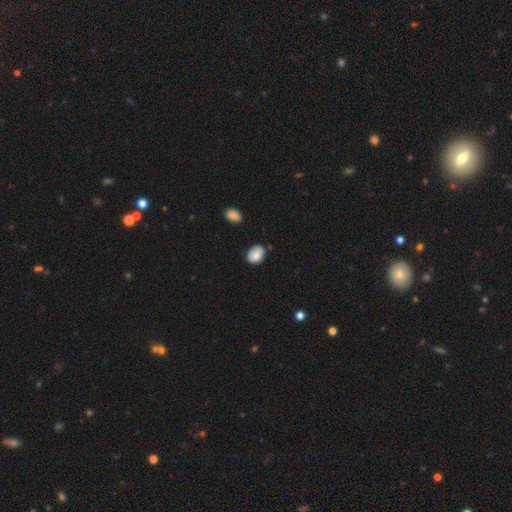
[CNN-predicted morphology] A smooth galaxy with no disk features (79%) that is in between round and cigar-shaped (66%). Merging: none (72%).